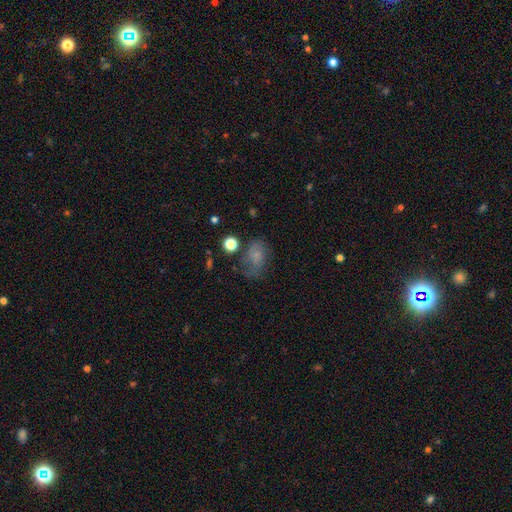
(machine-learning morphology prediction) This appears to be a smooth galaxy with no disk features (58%) that is in between round and cigar-shaped (75%). Merging: none (44%).